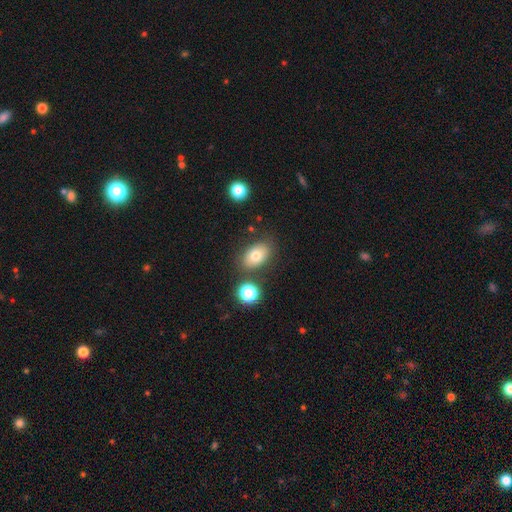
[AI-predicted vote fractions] smooth_or_featured: smooth (p=0.76) [alt: featured or disk p=0.14]
how_rounded: in between (p=0.86) [alt: round p=0.13]
merging: none (p=0.78) [alt: minor disturbance p=0.12]